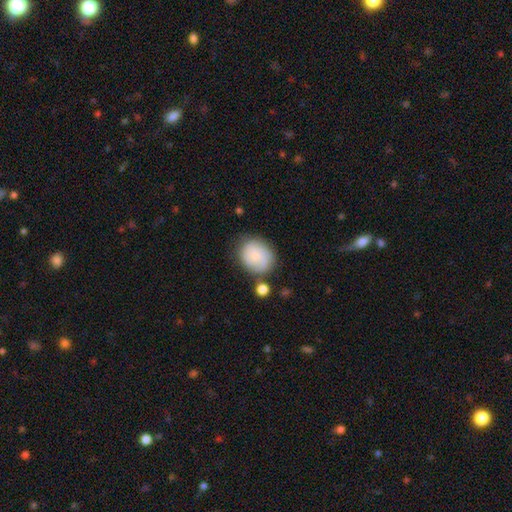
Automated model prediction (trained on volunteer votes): smooth_or_featured: smooth (p=0.67) [alt: featured or disk p=0.25]
how_rounded: round (p=0.63) [alt: in between p=0.36]
merging: none (p=0.59) [alt: minor disturbance p=0.23]